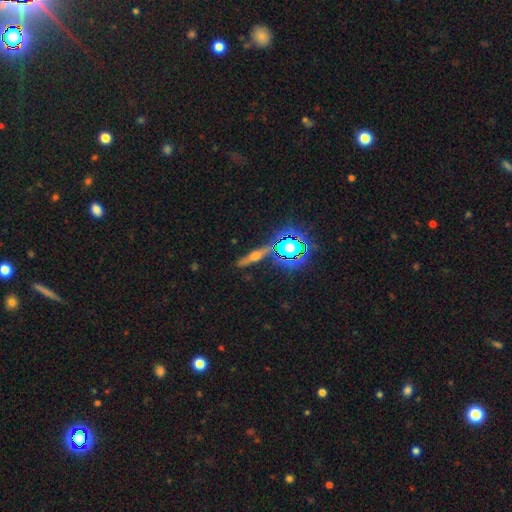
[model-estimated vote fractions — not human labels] Overall: featured or disk (52%; smooth 25%). Edge-on disk: yes (90%). Merging: none (81%).